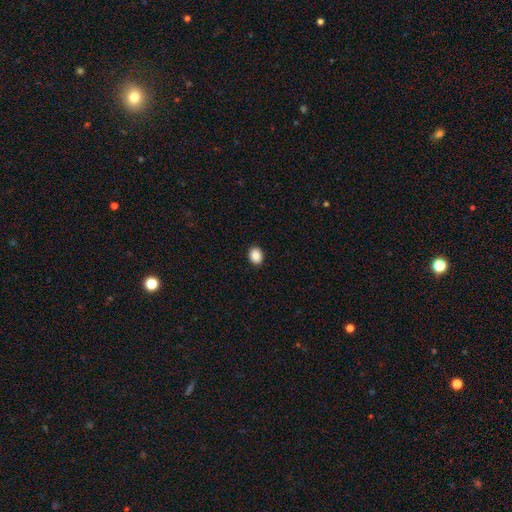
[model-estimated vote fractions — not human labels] The model was most divided on "how rounded": in between: 50%, round: 49%, cigar-shaped: 1%. More confident: merging — none (91%); smooth or featured — smooth (90%).